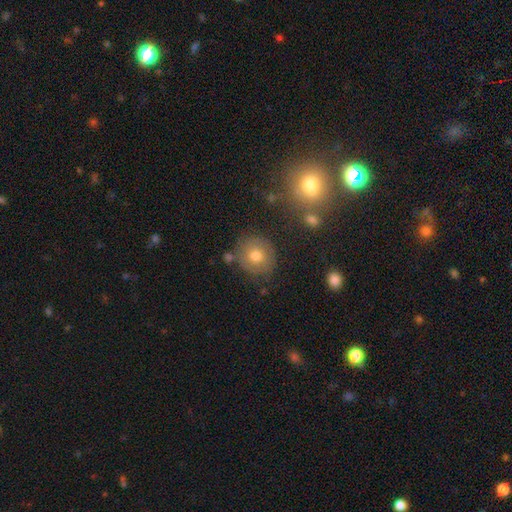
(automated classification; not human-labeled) A smooth galaxy with no disk features (66%) that is round (88%).

Vote fractions:
- Smooth or featured? smooth: 66% / featured or disk: 21% / star or artifact: 13%
- How rounded? round: 88% / in between: 11% / cigar-shaped: 1%
- Merging? none: 79% / minor disturbance: 12% / merger: 4% / major disturbance: 4%